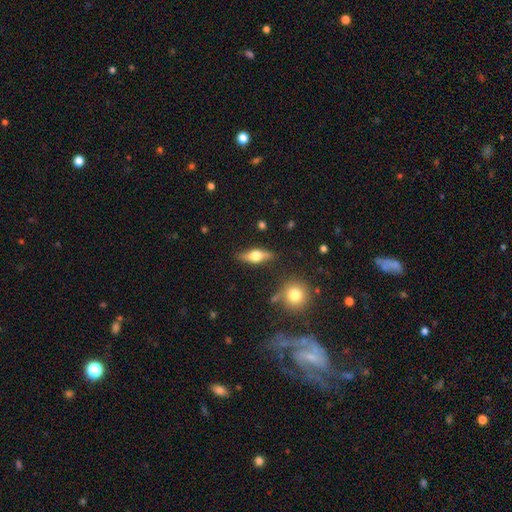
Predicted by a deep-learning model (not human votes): smooth_or_featured: featured or disk (p=0.54) [alt: smooth p=0.39]
disk_edge_on: yes (p=0.88) [alt: no p=0.12]
merging: none (p=0.83) [alt: minor disturbance p=0.12]